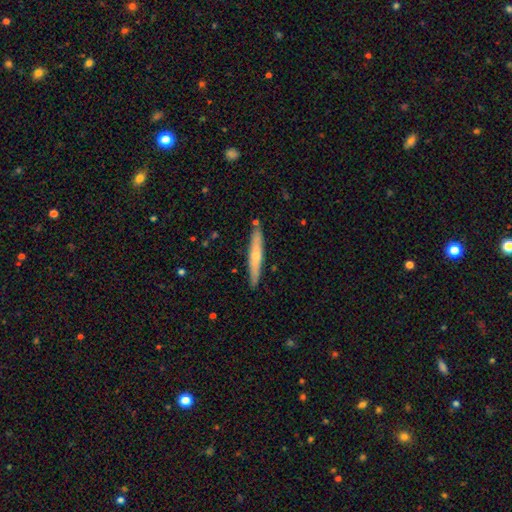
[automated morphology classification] The model was most divided on "smooth or featured" (2-way tie): smooth: 47%, featured or disk: 47%, star or artifact: 6%. More confident: merging — none (87%).